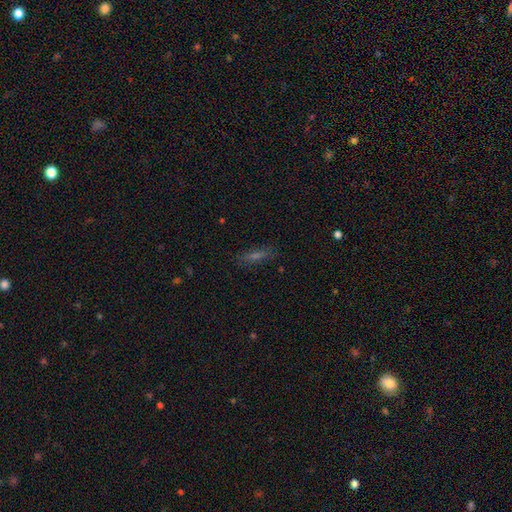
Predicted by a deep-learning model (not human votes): smooth_or_featured: smooth (p=0.47) [alt: featured or disk p=0.29]
merging: none (p=0.83) [alt: minor disturbance p=0.12]